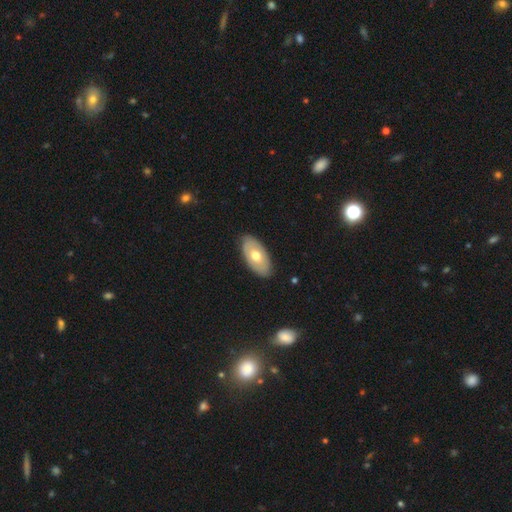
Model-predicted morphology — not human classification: This is possibly a smooth galaxy (55%). How rounded: clearly in between (93%). Merging: clearly none (84%).